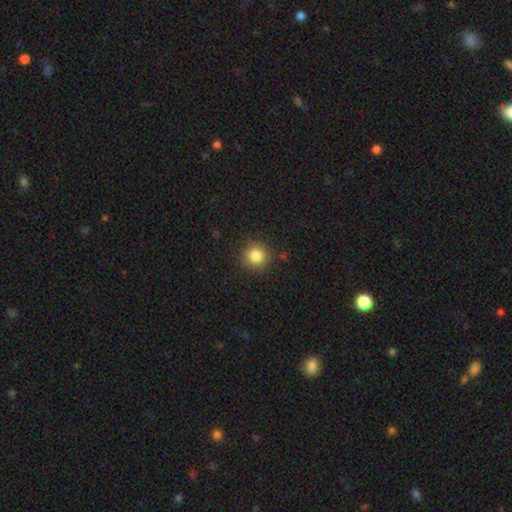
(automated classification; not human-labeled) Morphology: type=smooth (84%); roundness=round (94%); merging=none (88%).